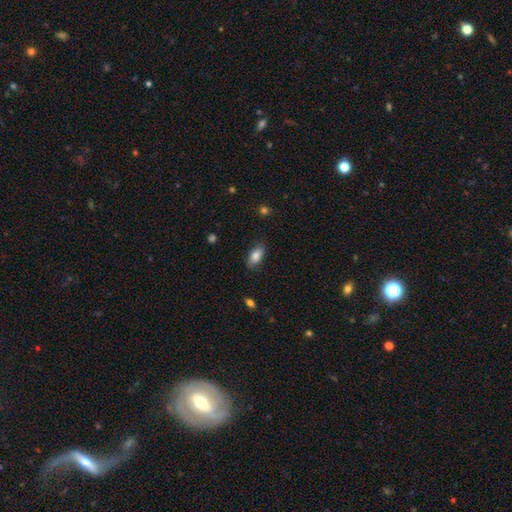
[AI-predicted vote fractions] Q: Smooth or featured?
A: smooth (84%); runner-up: featured or disk (8%)
Q: How rounded?
A: in between (89%); runner-up: cigar-shaped (7%)
Q: Merging?
A: none (83%); runner-up: minor disturbance (13%)